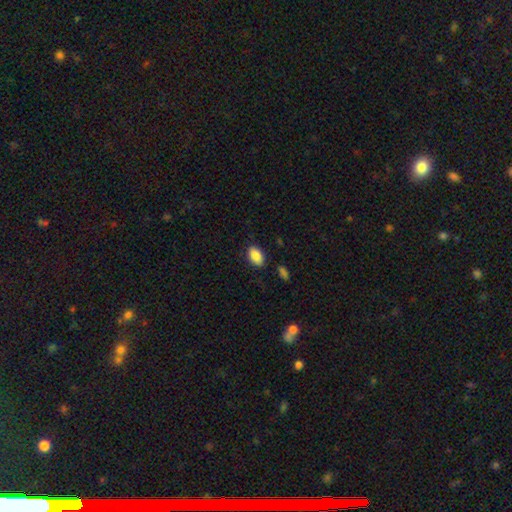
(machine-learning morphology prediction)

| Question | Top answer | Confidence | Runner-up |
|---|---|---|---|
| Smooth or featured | smooth | 87% | star or artifact (7%) |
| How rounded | in between | 92% | round (6%) |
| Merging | none | 85% | minor disturbance (11%) |